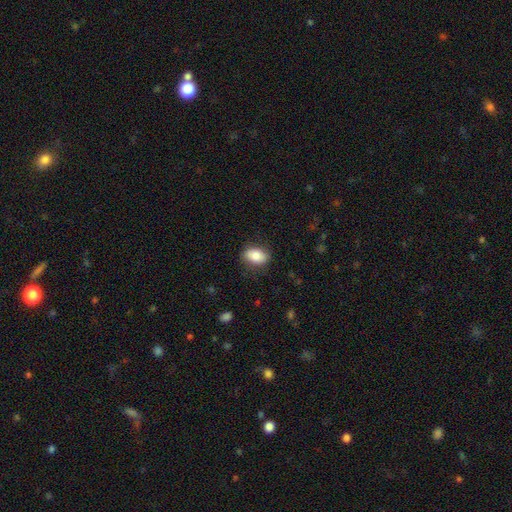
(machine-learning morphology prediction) A smooth galaxy with no disk features (82%) that is in between round and cigar-shaped (86%).

Vote fractions:
- Smooth or featured? smooth: 82% / featured or disk: 11% / star or artifact: 7%
- How rounded? in between: 86% / round: 12% / cigar-shaped: 2%
- Merging? none: 81% / minor disturbance: 14% / major disturbance: 4% / merger: 1%